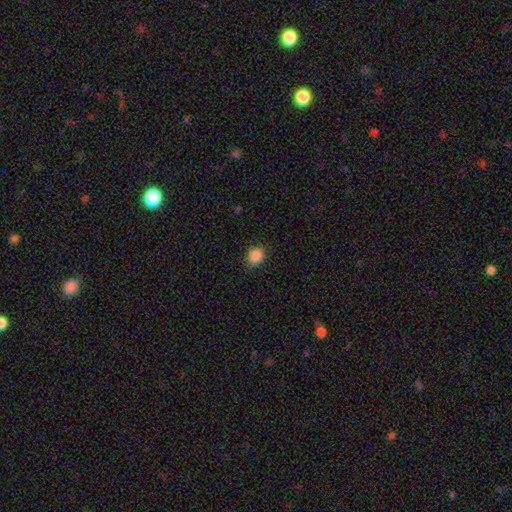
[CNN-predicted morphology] Smooth or featured?
  - smooth: 87% *
  - star or artifact: 9%
  - featured or disk: 4%
How rounded?
  - round: 55% *
  - in between: 44%
  - cigar-shaped: 1%
Merging?
  - none: 84% *
  - minor disturbance: 12%
  - major disturbance: 3%
  - merger: 1%